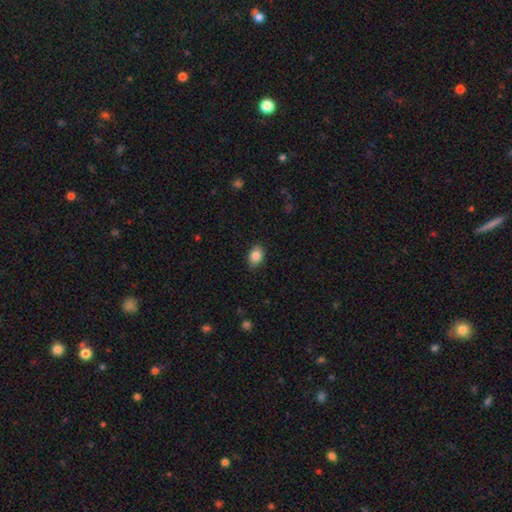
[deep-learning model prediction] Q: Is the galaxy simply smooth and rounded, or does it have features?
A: smooth — 87%.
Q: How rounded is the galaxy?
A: in between — 74%.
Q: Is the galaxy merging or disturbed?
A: none — 88%.